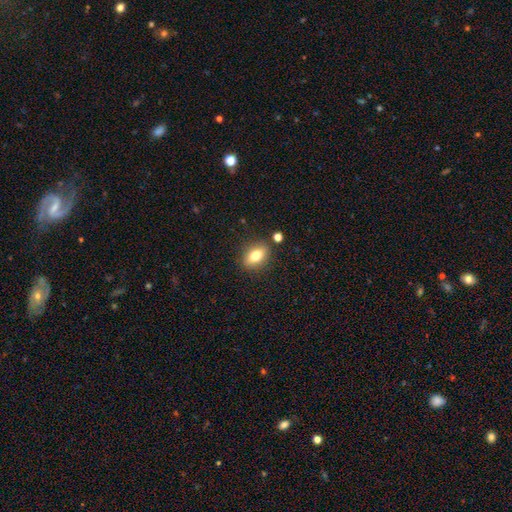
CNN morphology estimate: This is likely a smooth galaxy (76%). How rounded: clearly in between (81%). Merging: clearly none (84%).